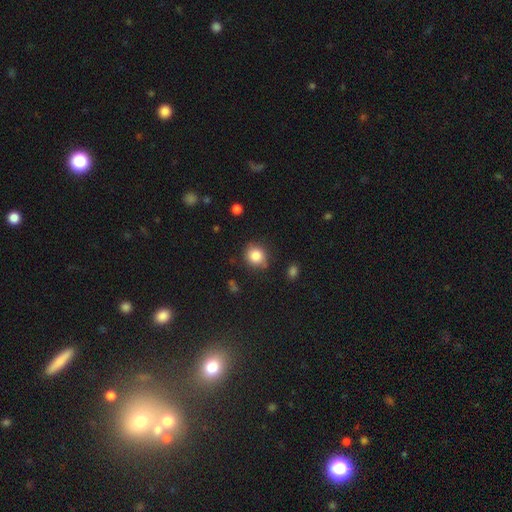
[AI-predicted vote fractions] Smooth or featured? Predicted: smooth (p=0.84). How rounded? Predicted: round (p=0.81). Merging? Predicted: none (p=0.79).